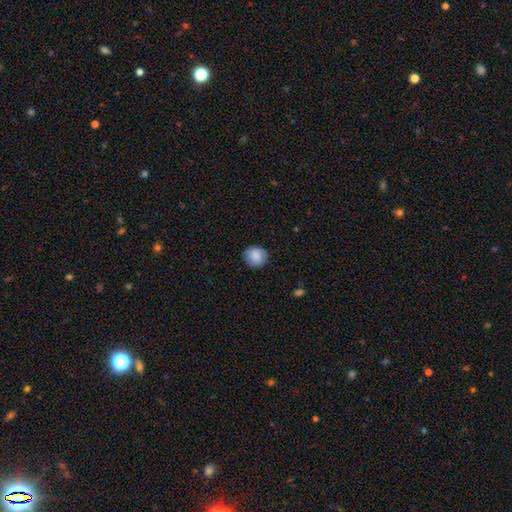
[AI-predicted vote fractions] This appears to be a smooth galaxy with no disk features (87%) that is round (86%). Merging: none (86%).